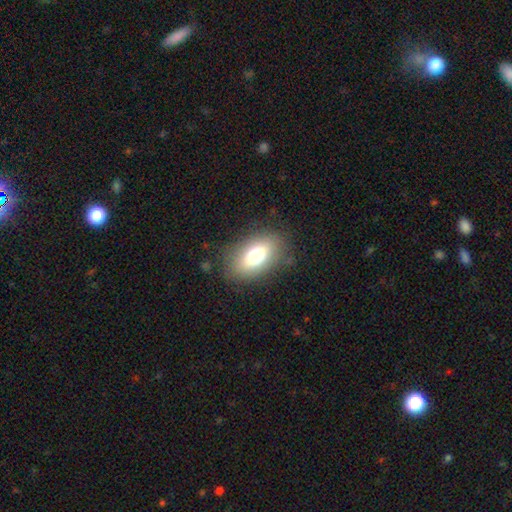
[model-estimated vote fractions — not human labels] A smooth galaxy with no disk features (74%) that is in between round and cigar-shaped (89%). Merging: none (83%).